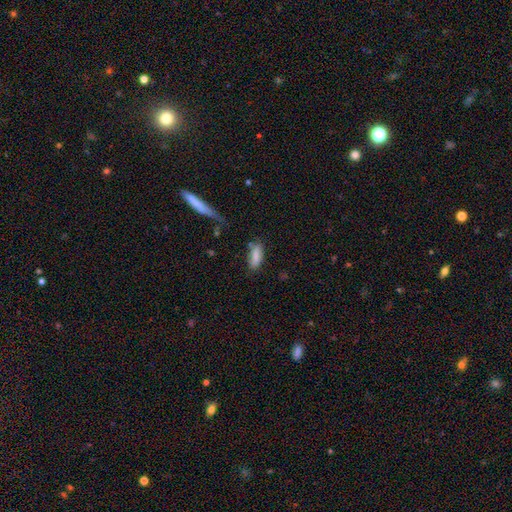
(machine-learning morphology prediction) Smooth or featured? smooth (83%)
How rounded? in between (70%)
Merging? none (69%)